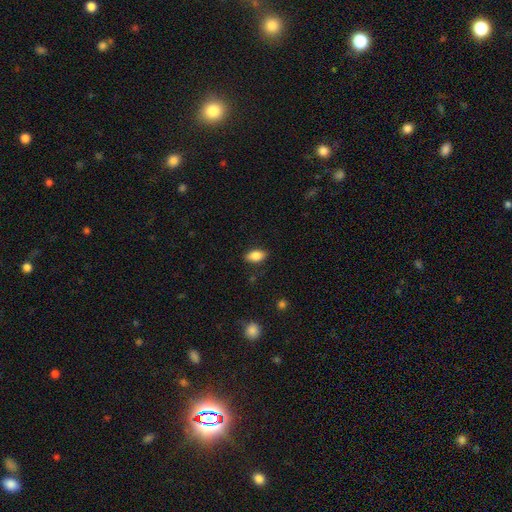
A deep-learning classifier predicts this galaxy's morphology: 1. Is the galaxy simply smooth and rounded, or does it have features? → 84% smooth, 8% featured or disk, 8% star or artifact.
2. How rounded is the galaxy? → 90% in between, 6% round, 4% cigar-shaped.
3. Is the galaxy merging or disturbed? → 86% none, 10% minor disturbance, 2% major disturbance, 1% merger.